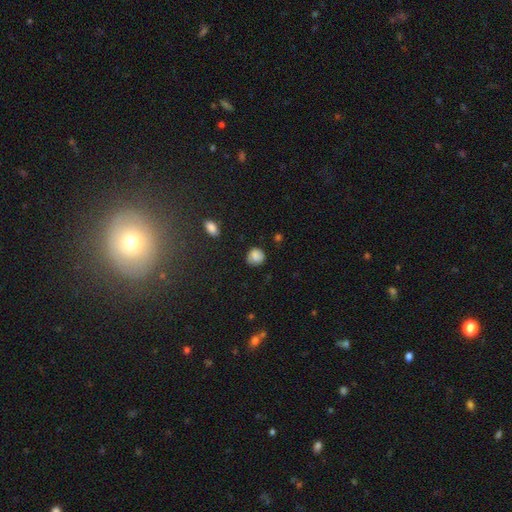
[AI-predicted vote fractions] A smooth galaxy with no disk features (79%) that is round (81%).

Vote fractions:
- Smooth or featured? smooth: 79% / featured or disk: 12% / star or artifact: 9%
- How rounded? round: 81% / in between: 18% / cigar-shaped: 1%
- Merging? none: 74% / minor disturbance: 19% / major disturbance: 4% / merger: 2%